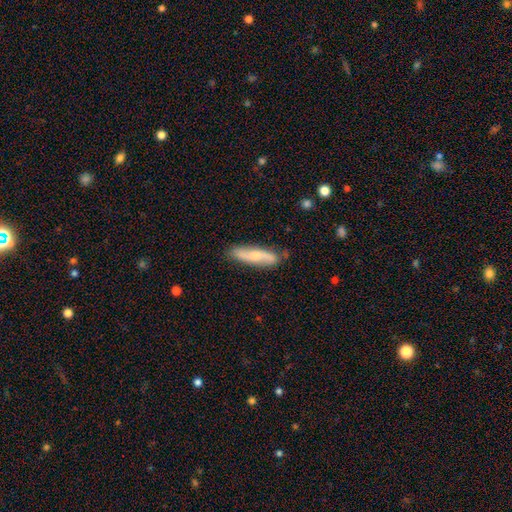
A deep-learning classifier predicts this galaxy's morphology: This appears to be a featured or disk galaxy (51%). Merging: none (81%).